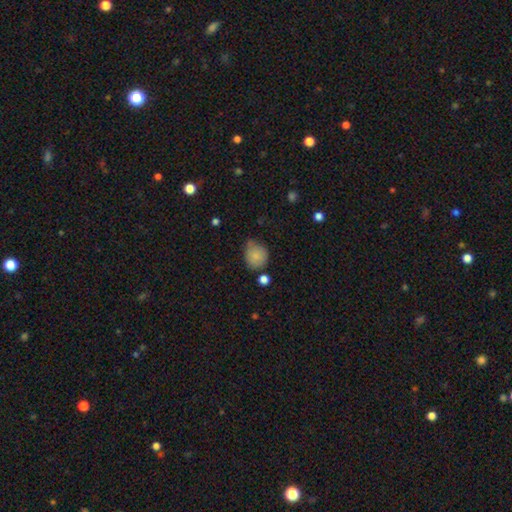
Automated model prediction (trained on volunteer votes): Q: Smooth or featured?
A: smooth (83%); runner-up: star or artifact (10%)
Q: How rounded?
A: round (72%); runner-up: in between (27%)
Q: Merging?
A: none (54%); runner-up: minor disturbance (33%)